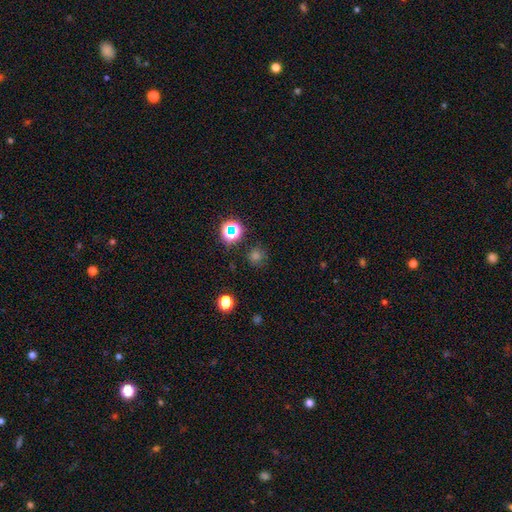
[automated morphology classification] smooth 54%, star or artifact 39%, featured or disk 7%. Down the decision tree: how rounded — round (92%); merging — none (84%).